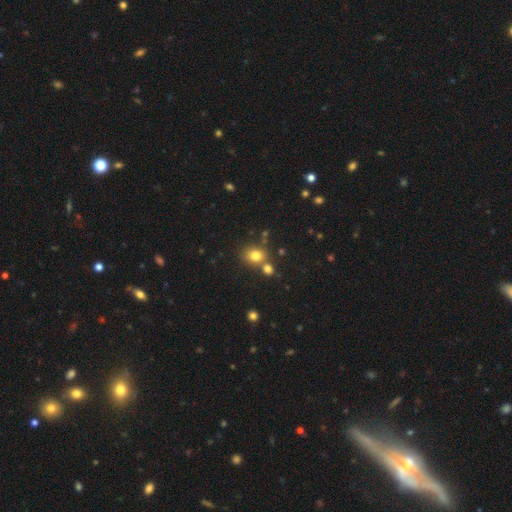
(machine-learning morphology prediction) Smooth or featured? Predicted: smooth (p=0.78). How rounded? Predicted: round (p=0.67). Merging? Predicted: none (p=0.62).